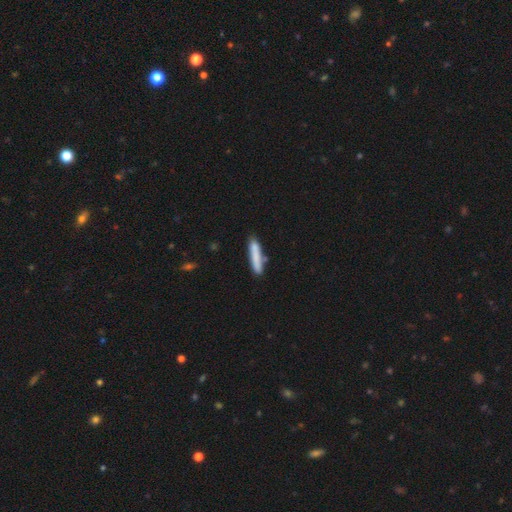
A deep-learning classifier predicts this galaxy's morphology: This appears to be a smooth galaxy with no disk features (79%) that is cigar-shaped (90%). Merging: none (75%).